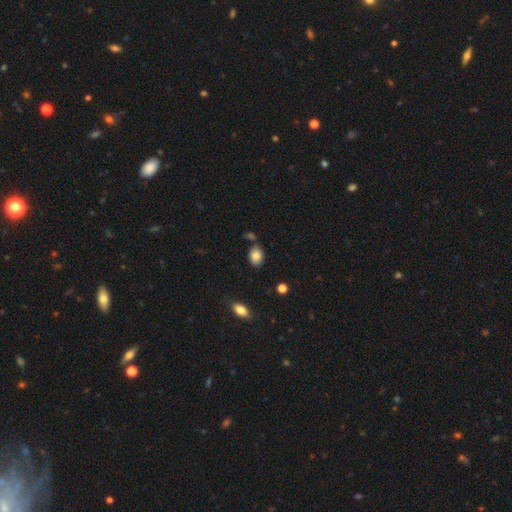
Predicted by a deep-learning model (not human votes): This is clearly a smooth galaxy (83%). How rounded: likely in between (65%). Merging: likely none (76%).